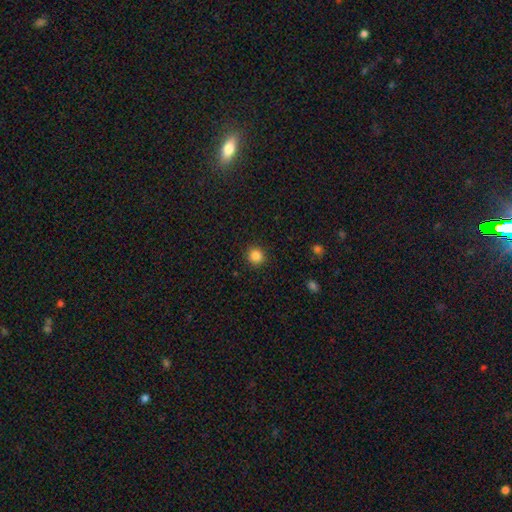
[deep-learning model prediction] smooth 85%, star or artifact 11%, featured or disk 4%. Down the decision tree: how rounded — round (89%); merging — none (91%).